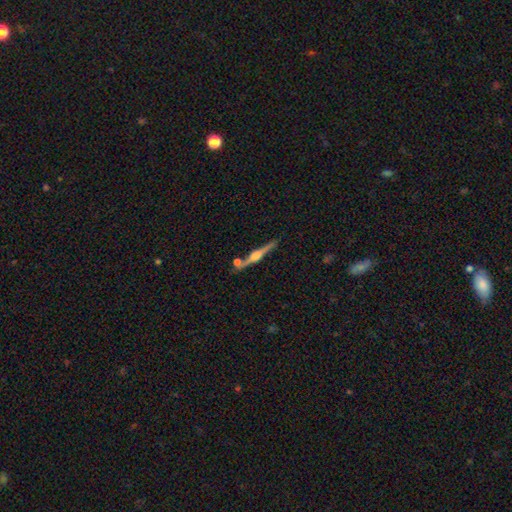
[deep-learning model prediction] smooth-or-featured: featured or disk: 82% | smooth: 12% | star or artifact: 6%
  disk-edge-on: yes: 98% | no: 2%
    edge-on-bulge: rounded: 93% | boxy: 5% | none: 2%
  merging: none: 79% | merger: 10% | minor disturbance: 9% | major disturbance: 2%